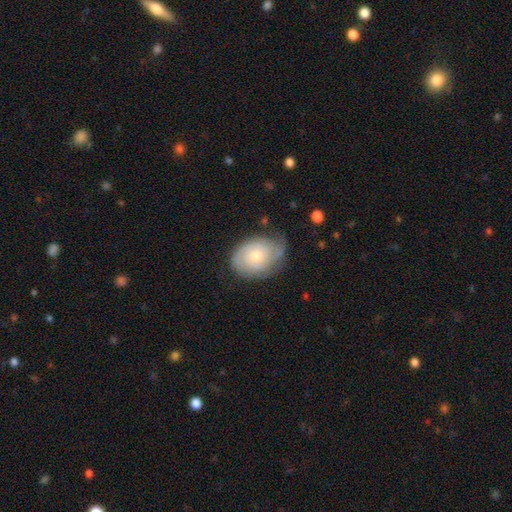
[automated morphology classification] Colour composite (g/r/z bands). It shows a featured or disk galaxy (67%) with no bar (78%), 2 (39%) tight (61%) spiral arms (90%) and a small central bulge (47%, tied with moderate). Merging: none (61%).